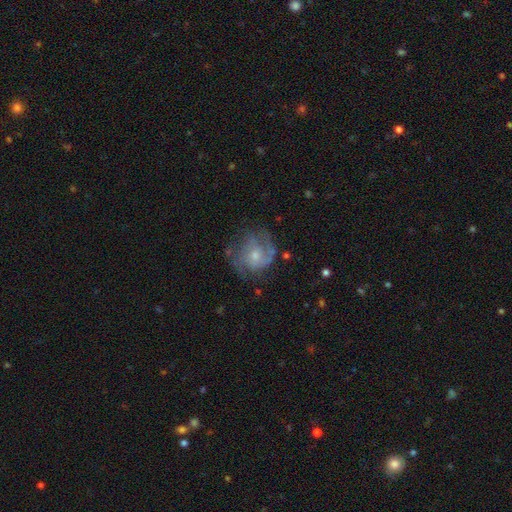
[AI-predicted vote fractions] A featured or disk galaxy (65%) with no bar (73%), 2 (34%) medium (43%) spiral arms (79%) and a small central bulge (56%). Merging: none (55%).